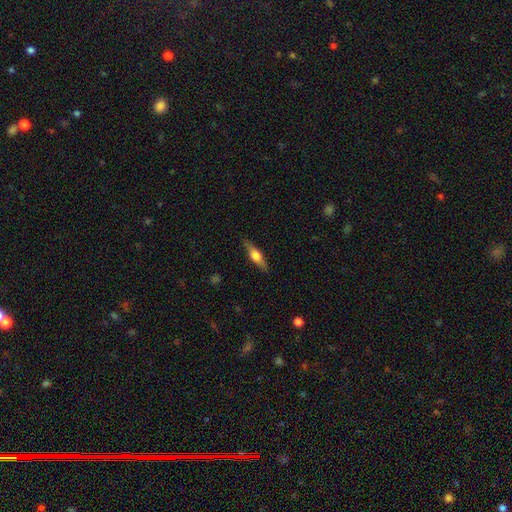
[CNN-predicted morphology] smooth_or_featured: featured or disk (p=0.58) [alt: smooth p=0.36]
disk_edge_on: yes (p=0.94) [alt: no p=0.06]
edge_on_bulge: rounded (p=0.90) [alt: boxy p=0.08]
merging: none (p=0.86) [alt: minor disturbance p=0.10]